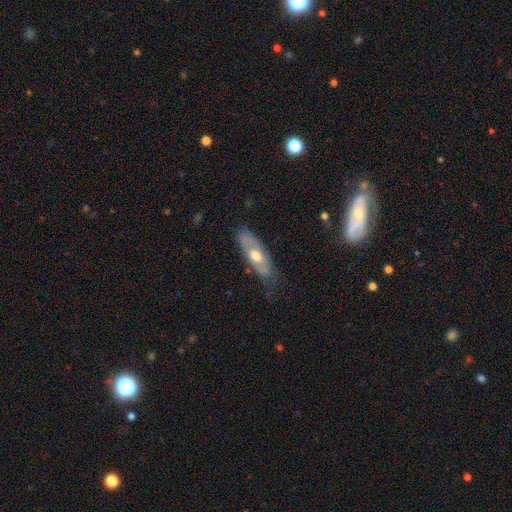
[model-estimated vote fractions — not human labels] Morphology: type=featured or disk (59%); edge-on=no (69%); merging=none (70%).